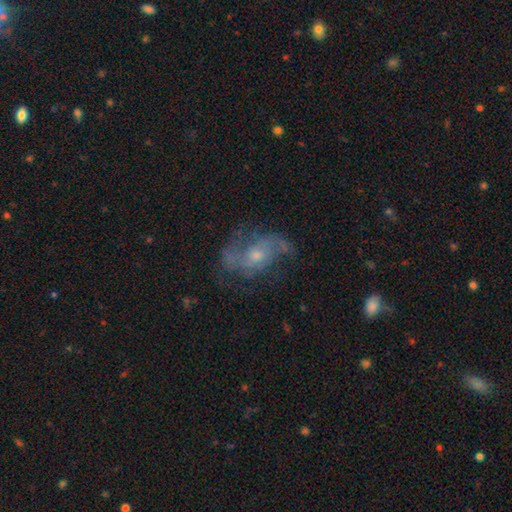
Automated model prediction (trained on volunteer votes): This appears to be a featured or disk galaxy (76%) with no bar (65%), 2 (71%) loose (49%) spiral arms (85%) and a small central bulge (55%). Merging: none (56%).